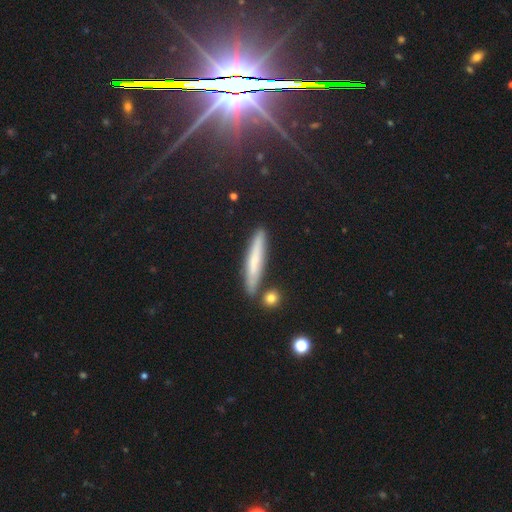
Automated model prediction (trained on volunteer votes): Smooth or featured? Predicted: smooth (p=0.55). How rounded? Predicted: cigar-shaped (p=0.93). Merging? Predicted: none (p=0.83).